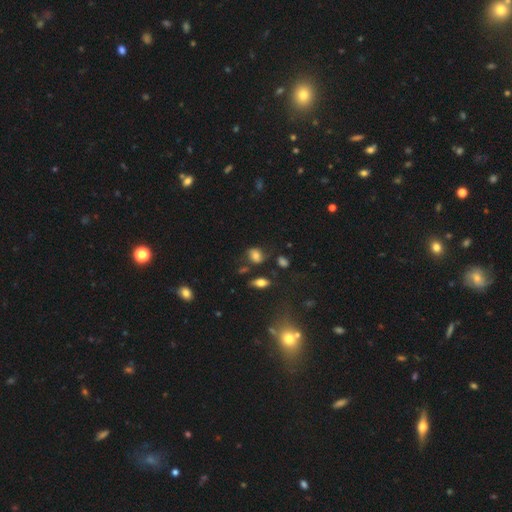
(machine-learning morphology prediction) Smooth or featured?
  - smooth: 68% *
  - featured or disk: 20%
  - star or artifact: 12%
How rounded?
  - in between: 54% *
  - round: 44%
  - cigar-shaped: 2%
Merging?
  - none: 58% *
  - minor disturbance: 23%
  - major disturbance: 11%
  - merger: 8%